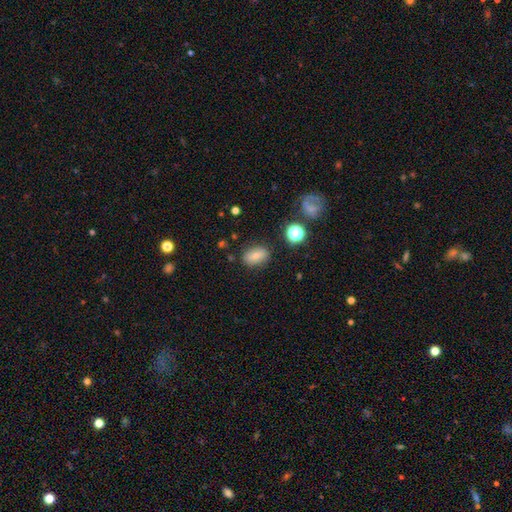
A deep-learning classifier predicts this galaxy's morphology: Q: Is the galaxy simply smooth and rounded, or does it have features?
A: smooth — 71%.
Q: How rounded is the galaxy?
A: in between — 79%.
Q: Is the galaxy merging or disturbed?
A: none — 81%.